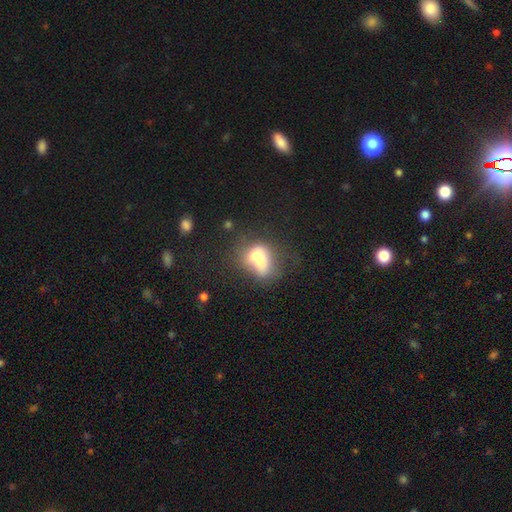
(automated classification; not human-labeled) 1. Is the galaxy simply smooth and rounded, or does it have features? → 62% smooth, 25% featured or disk, 12% star or artifact.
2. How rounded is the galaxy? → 65% in between, 32% round, 3% cigar-shaped.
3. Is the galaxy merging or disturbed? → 35% merger, 25% none, 21% major disturbance, 19% minor disturbance.